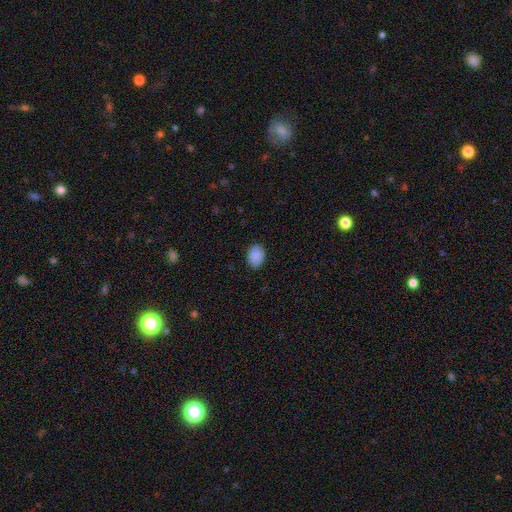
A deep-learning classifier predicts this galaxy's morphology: type=smooth (89%); roundness=in between (76%); merging=none (84%).